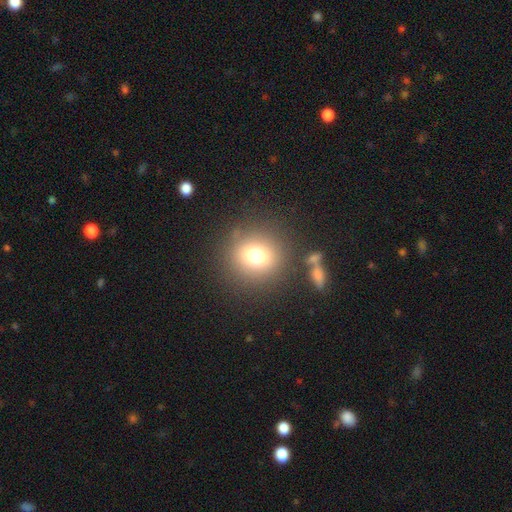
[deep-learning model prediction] Smooth or featured? smooth (73%)
How rounded? round (91%)
Merging? none (83%)